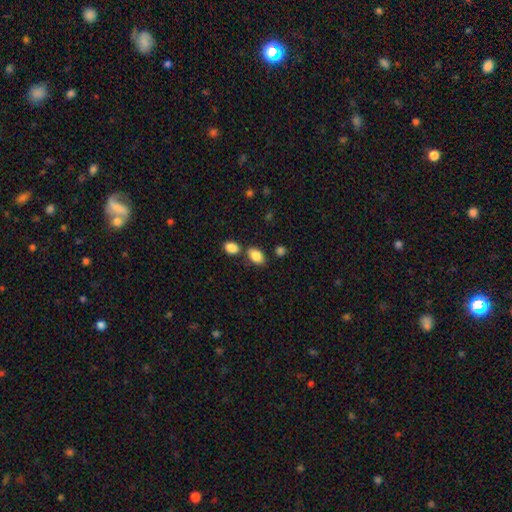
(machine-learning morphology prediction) This is clearly a smooth galaxy (86%). How rounded: clearly in between (88%). Merging: likely none (68%).